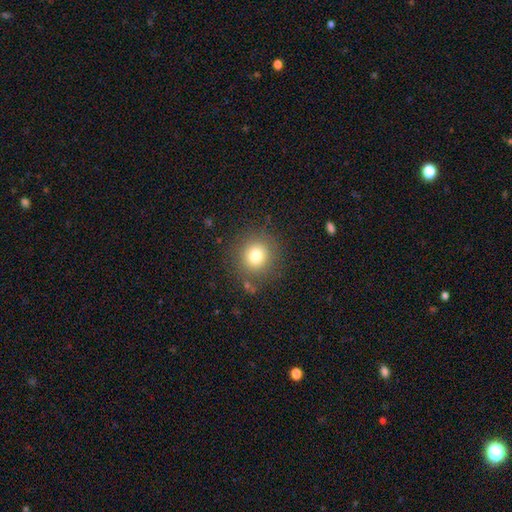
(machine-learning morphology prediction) This is likely a smooth galaxy (78%). How rounded: clearly round (92%). Merging: clearly none (86%).